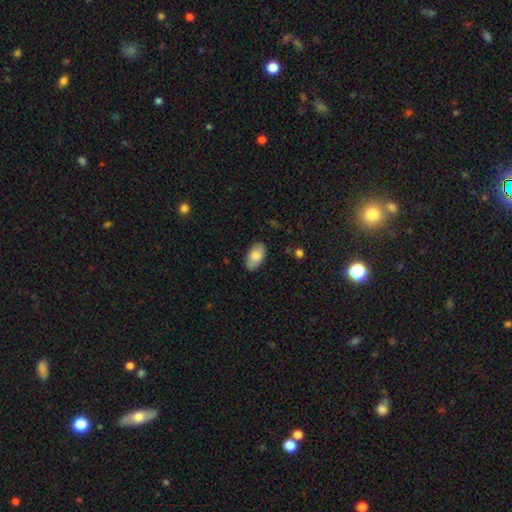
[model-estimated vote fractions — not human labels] A smooth galaxy with no disk features (81%) that is in between round and cigar-shaped (95%).

Vote fractions:
- Smooth or featured? smooth: 81% / featured or disk: 13% / star or artifact: 6%
- How rounded? in between: 95% / round: 3% / cigar-shaped: 2%
- Merging? none: 80% / minor disturbance: 16% / major disturbance: 3% / merger: 1%